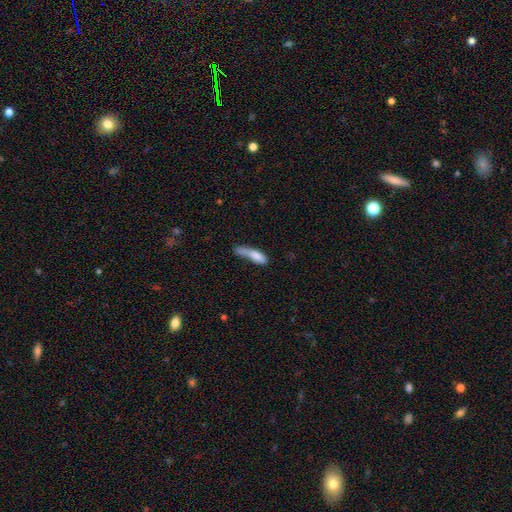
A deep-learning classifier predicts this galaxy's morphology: smooth_or_featured: smooth (p=0.77) [alt: featured or disk p=0.16]
how_rounded: cigar-shaped (p=0.61) [alt: in between p=0.36]
merging: none (p=0.28) [alt: merger p=0.26]